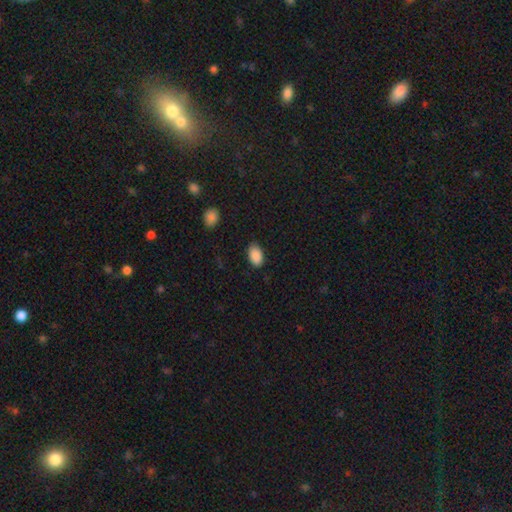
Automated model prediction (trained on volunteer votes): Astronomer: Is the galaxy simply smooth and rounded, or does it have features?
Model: smooth — 89%.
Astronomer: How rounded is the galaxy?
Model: in between — 92%.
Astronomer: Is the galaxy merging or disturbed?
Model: none — 82%.